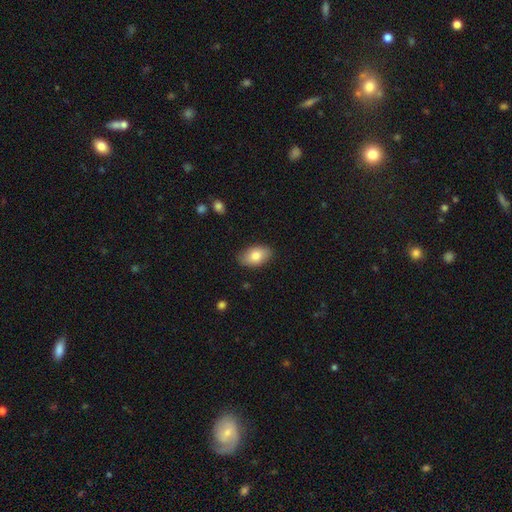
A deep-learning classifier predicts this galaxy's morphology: Smooth or featured?
  - smooth: 80% *
  - featured or disk: 13%
  - star or artifact: 7%
How rounded?
  - in between: 92% *
  - round: 6%
  - cigar-shaped: 2%
Merging?
  - none: 84% *
  - minor disturbance: 12%
  - major disturbance: 2%
  - merger: 1%